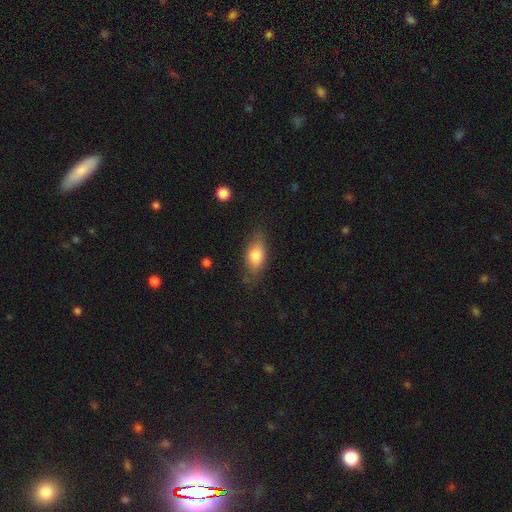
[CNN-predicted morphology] smooth-or-featured: smooth: 76% | featured or disk: 17% | star or artifact: 7%
  how-rounded: in between: 82% | cigar-shaped: 12% | round: 6%
  merging: none: 75% | minor disturbance: 19% | major disturbance: 5% | merger: 2%